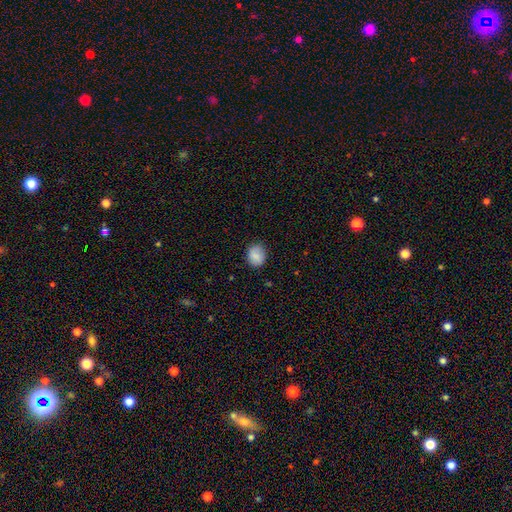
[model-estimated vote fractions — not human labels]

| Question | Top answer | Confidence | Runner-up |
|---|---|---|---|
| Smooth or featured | smooth | 85% | star or artifact (8%) |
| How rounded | round | 63% | in between (36%) |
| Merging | none | 83% | minor disturbance (13%) |